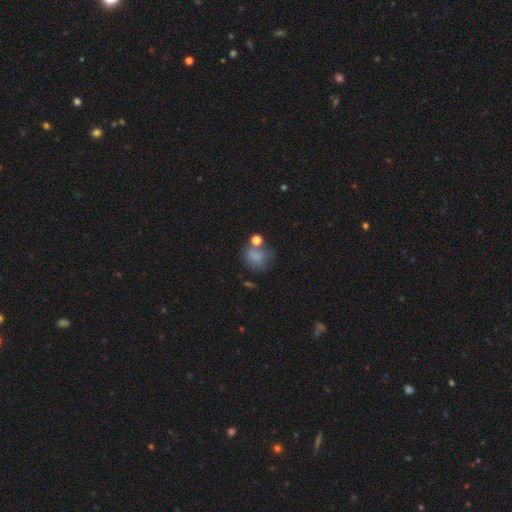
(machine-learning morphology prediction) Q: Smooth or featured?
A: smooth (68%); runner-up: featured or disk (18%)
Q: How rounded?
A: round (62%); runner-up: in between (37%)
Q: Merging?
A: none (41%); runner-up: minor disturbance (22%)